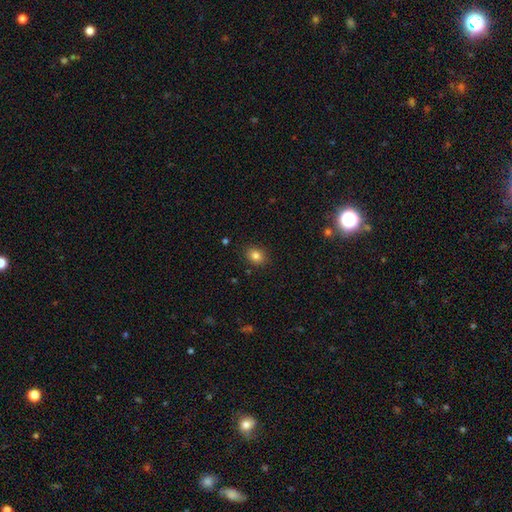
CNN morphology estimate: Q: Smooth or featured?
A: smooth (83%); runner-up: star or artifact (11%)
Q: How rounded?
A: round (53%); runner-up: in between (46%)
Q: Merging?
A: none (88%); runner-up: minor disturbance (9%)